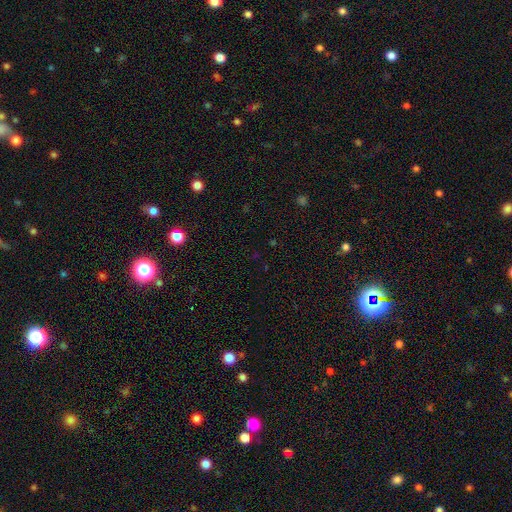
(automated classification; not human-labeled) A star or artifact, not a galaxy (65%).